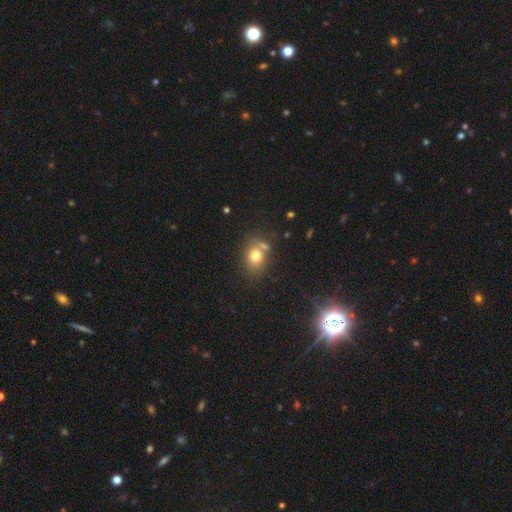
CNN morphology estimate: Smooth or featured?
  - smooth: 74% *
  - featured or disk: 13%
  - star or artifact: 13%
How rounded?
  - round: 55% *
  - in between: 44%
  - cigar-shaped: 1%
Merging?
  - none: 58% *
  - merger: 23%
  - minor disturbance: 14%
  - major disturbance: 5%